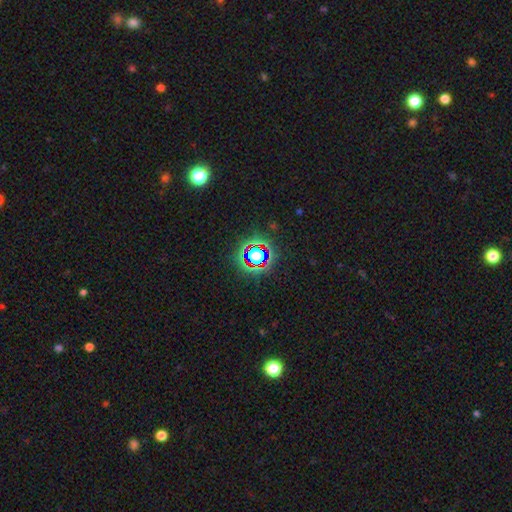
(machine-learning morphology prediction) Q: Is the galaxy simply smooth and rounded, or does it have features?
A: star or artifact — 65%.